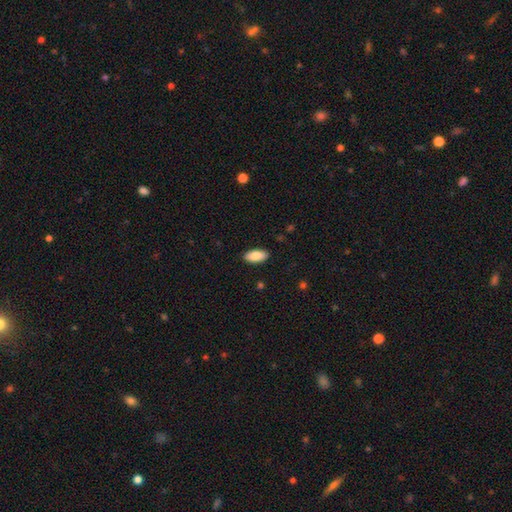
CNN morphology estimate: type=smooth (86%); roundness=in between (91%); merging=none (89%).